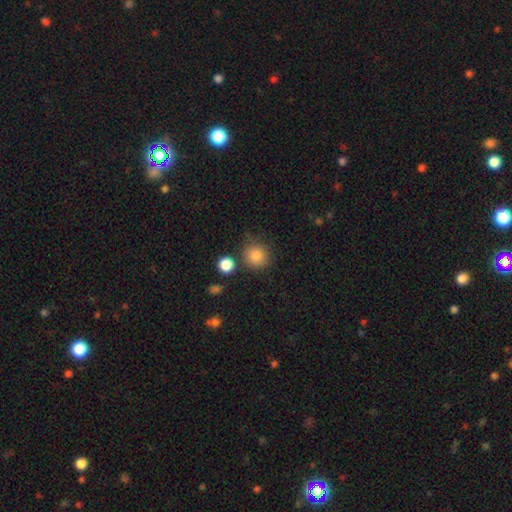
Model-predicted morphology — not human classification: Smooth or featured: smooth — 83% (star or artifact — 11%)
How rounded: round — 91% (in between — 8%)
Merging: none — 81% (minor disturbance — 10%)